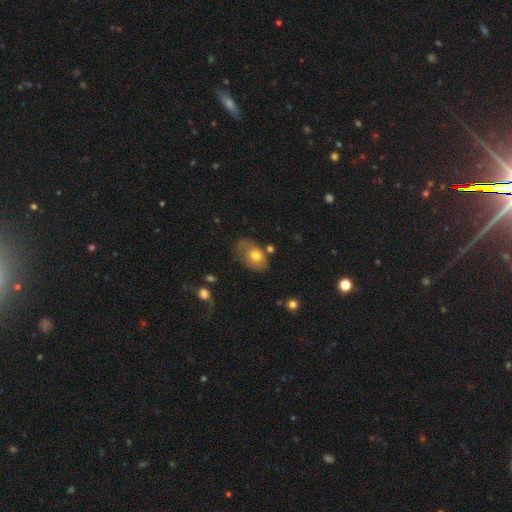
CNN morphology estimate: type=smooth (58%); roundness=in between (81%); merging=none (50%).